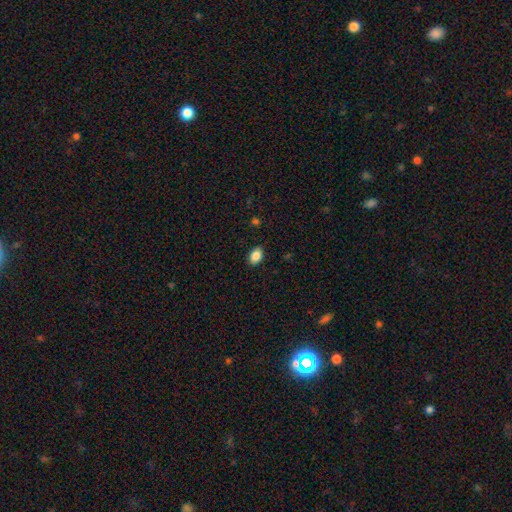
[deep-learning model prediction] smooth_or_featured: smooth (p=0.87) [alt: star or artifact p=0.08]
how_rounded: in between (p=0.85) [alt: round p=0.14]
merging: none (p=0.88) [alt: minor disturbance p=0.09]